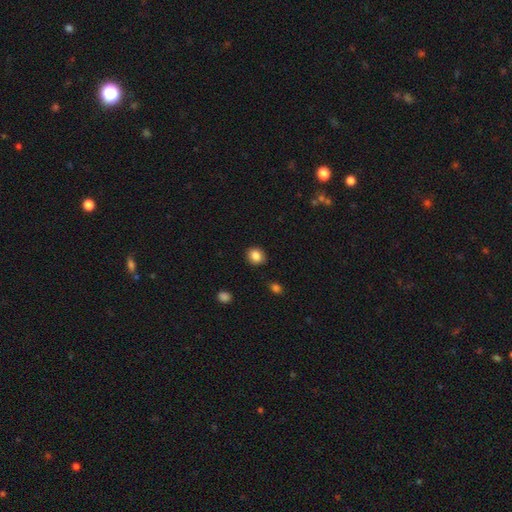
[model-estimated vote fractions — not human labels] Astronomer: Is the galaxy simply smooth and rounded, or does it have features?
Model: smooth — 86%.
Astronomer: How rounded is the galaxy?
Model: round — 72%.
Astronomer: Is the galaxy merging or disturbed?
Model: none — 87%.